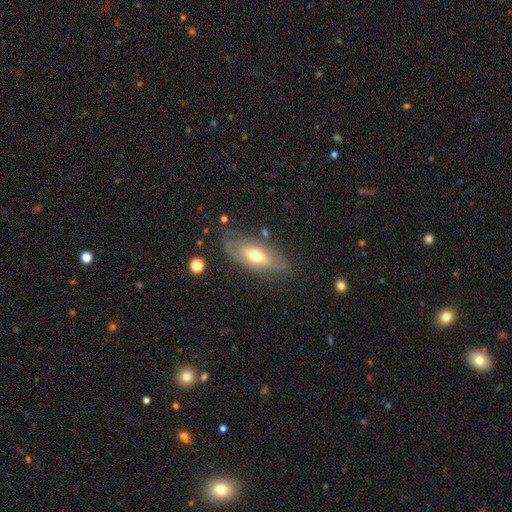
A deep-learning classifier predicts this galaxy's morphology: This is possibly a featured or disk galaxy (48%). Merging: likely none (70%).